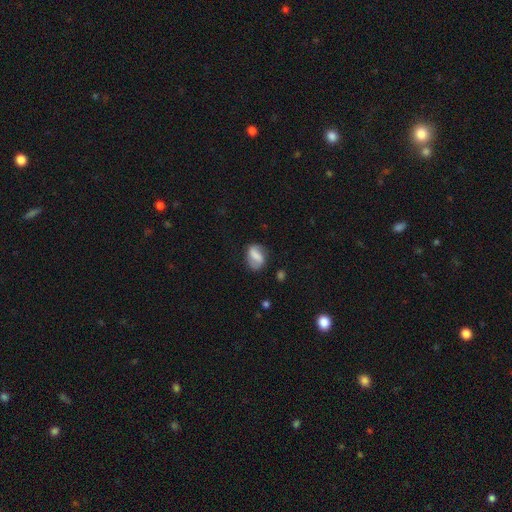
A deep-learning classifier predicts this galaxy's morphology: This appears to be a smooth galaxy with no disk features (50%). Merging: none (69%).